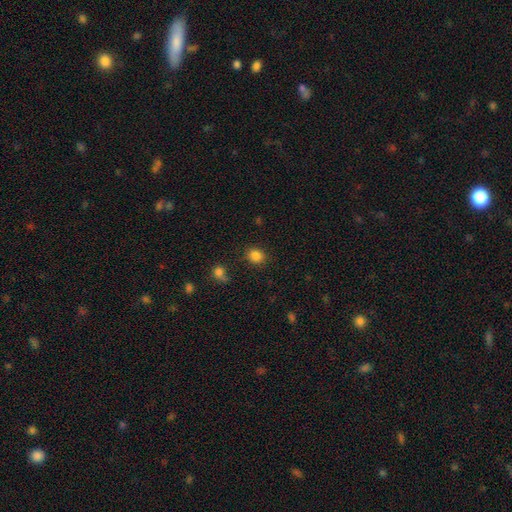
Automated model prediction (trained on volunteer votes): Morphology: type=smooth (84%); roundness=round (72%); merging=none (83%).